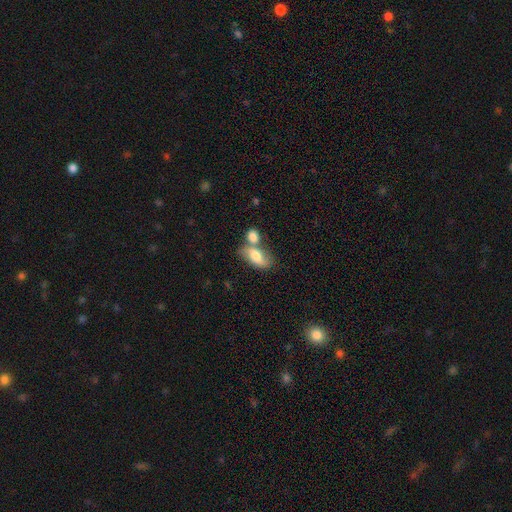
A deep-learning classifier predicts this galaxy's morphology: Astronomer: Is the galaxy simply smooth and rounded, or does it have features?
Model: smooth — 64%.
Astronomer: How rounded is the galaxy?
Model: in between — 86%.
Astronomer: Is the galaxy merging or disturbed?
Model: merger — 42% (runner-up: none, 39%).